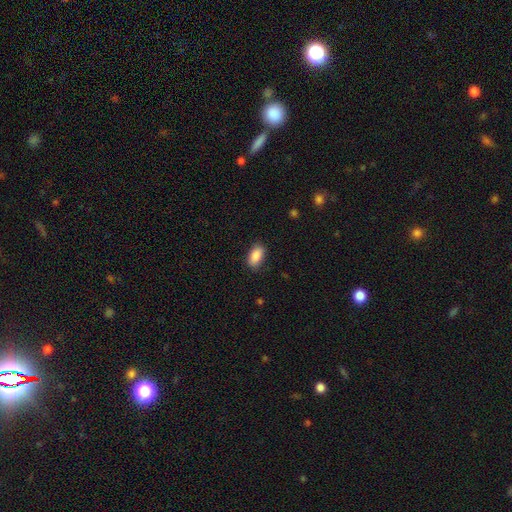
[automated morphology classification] This is clearly a smooth galaxy (89%). How rounded: clearly in between (92%). Merging: clearly none (86%).